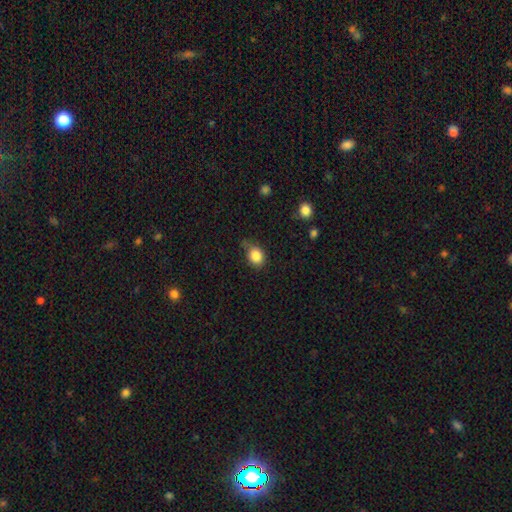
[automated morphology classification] Smooth or featured?
  - smooth: 85% *
  - star or artifact: 10%
  - featured or disk: 5%
How rounded?
  - round: 50% *
  - in between: 49%
  - cigar-shaped: 1%
Merging?
  - none: 61% *
  - minor disturbance: 29%
  - major disturbance: 7%
  - merger: 3%